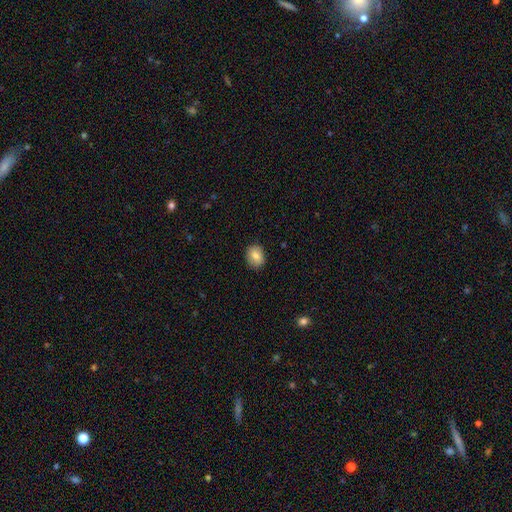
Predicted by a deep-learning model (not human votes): smooth-or-featured: smooth: 82% | featured or disk: 10% | star or artifact: 8%
  how-rounded: in between: 57% | round: 42% | cigar-shaped: 1%
  merging: none: 88% | minor disturbance: 9% | major disturbance: 2% | merger: 1%